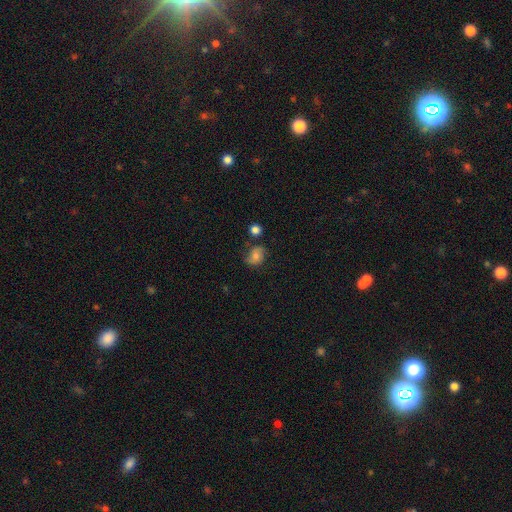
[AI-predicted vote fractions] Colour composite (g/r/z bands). It shows a smooth galaxy with no disk features (58%) that is round (56%). Merging: none (65%).